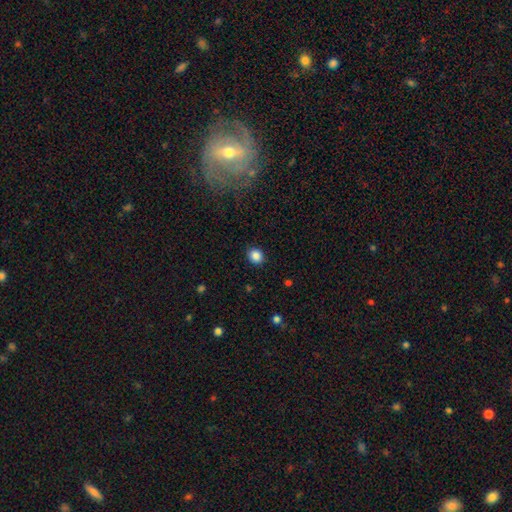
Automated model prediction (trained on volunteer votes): Smooth or featured: smooth — 86% (star or artifact — 10%)
How rounded: round — 74% (in between — 25%)
Merging: none — 90% (minor disturbance — 7%)